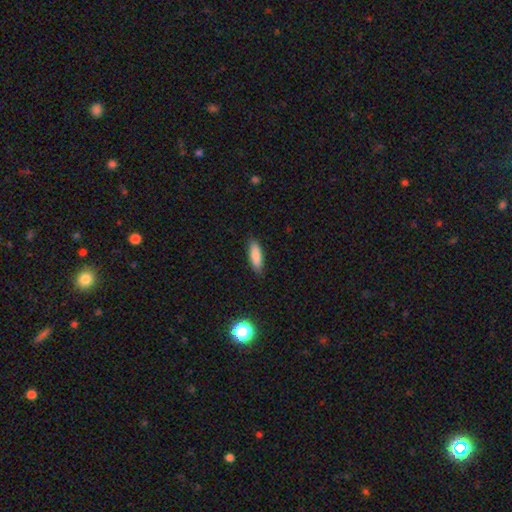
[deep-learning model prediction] smooth_or_featured: smooth (p=0.85) [alt: featured or disk p=0.07]
how_rounded: in between (p=0.57) [alt: cigar-shaped p=0.41]
merging: none (p=0.86) [alt: minor disturbance p=0.11]